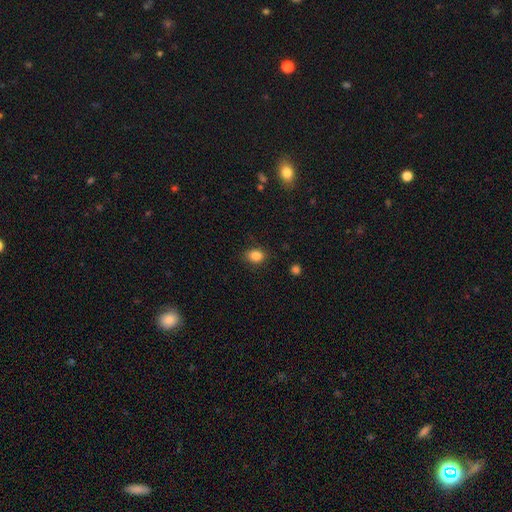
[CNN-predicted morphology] smooth 85%, star or artifact 10%, featured or disk 5%. Down the decision tree: how rounded — in between (61%); merging — none (85%).